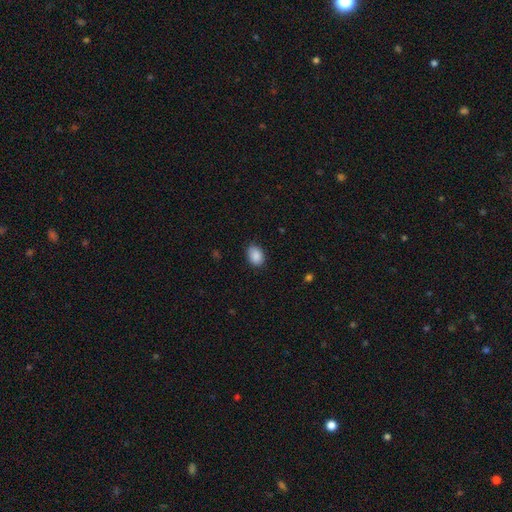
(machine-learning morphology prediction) Smooth or featured? Predicted: smooth (p=0.89). How rounded? Predicted: in between (p=0.76). Merging? Predicted: none (p=0.80).